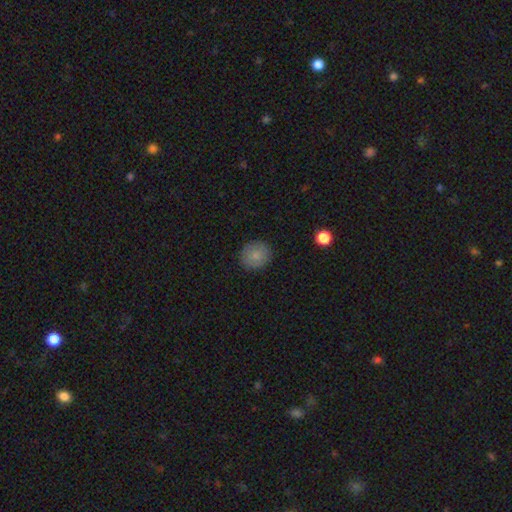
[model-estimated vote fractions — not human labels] smooth_or_featured: smooth (p=0.80) [alt: featured or disk p=0.11]
how_rounded: round (p=0.84) [alt: in between p=0.15]
merging: none (p=0.88) [alt: minor disturbance p=0.08]